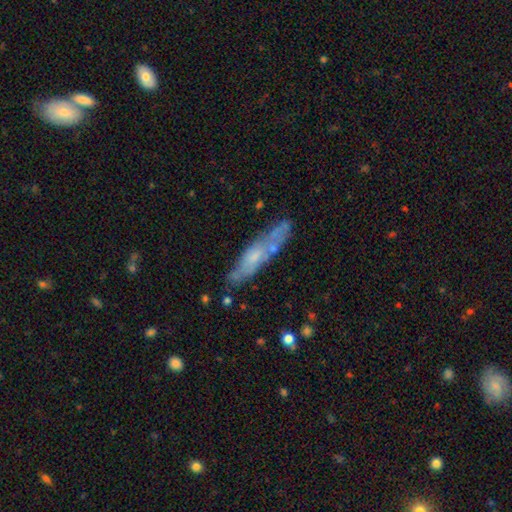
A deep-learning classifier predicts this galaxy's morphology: smooth-or-featured: featured or disk: 49% | smooth: 43% | star or artifact: 8%
  merging: none: 64% | minor disturbance: 21% | major disturbance: 7% | merger: 7%